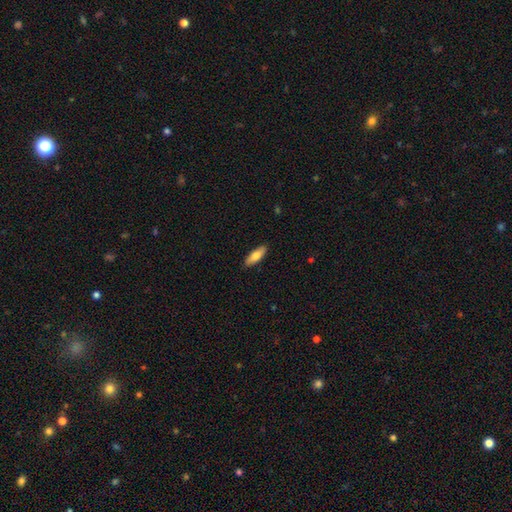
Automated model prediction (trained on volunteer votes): A smooth galaxy with no disk features (76%) that is in between round and cigar-shaped (56%). Merging: none (89%).